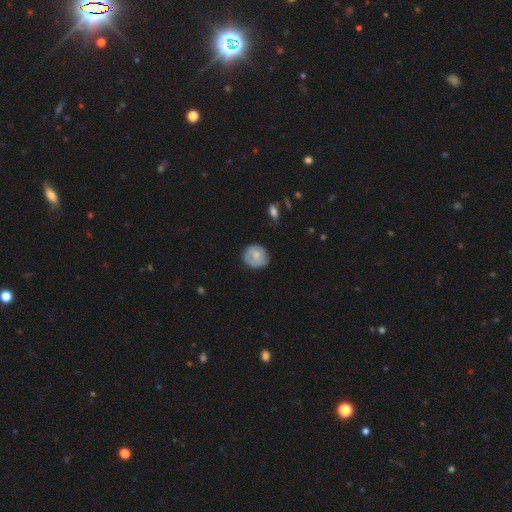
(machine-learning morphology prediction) The model was most divided on "smooth or featured": smooth: 60%, featured or disk: 33%, star or artifact: 6%. More confident: how rounded — round (81%); merging — none (70%).